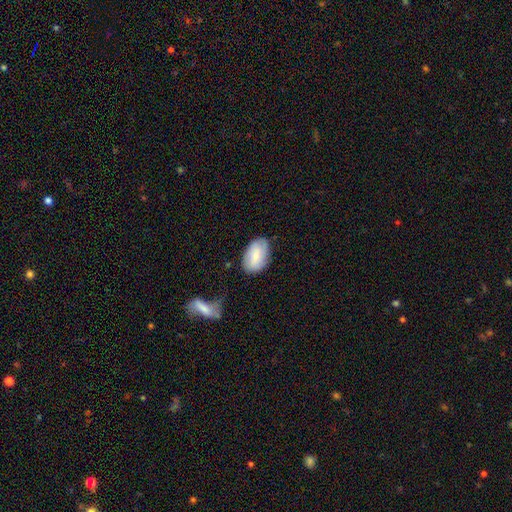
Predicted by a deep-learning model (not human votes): Smooth or featured? smooth (70%)
How rounded? in between (90%)
Merging? none (75%)